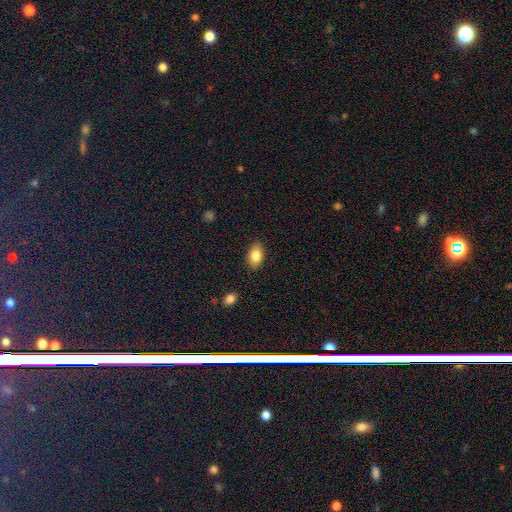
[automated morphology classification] Smooth or featured? Predicted: smooth (p=0.83). How rounded? Predicted: in between (p=0.89). Merging? Predicted: none (p=0.87).